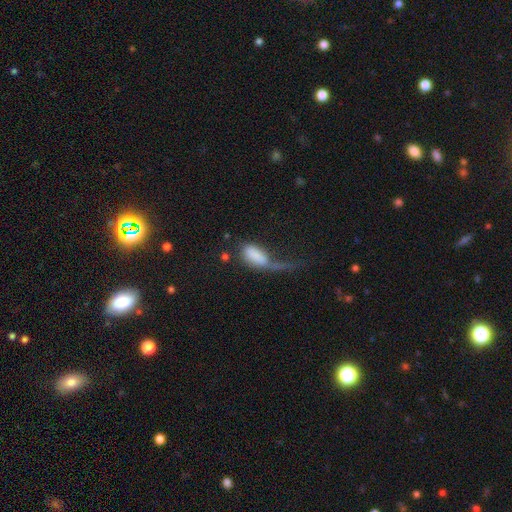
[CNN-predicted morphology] A smooth galaxy with no disk features (76%) that is in between round and cigar-shaped (87%). Merging: major disturbance (58%).